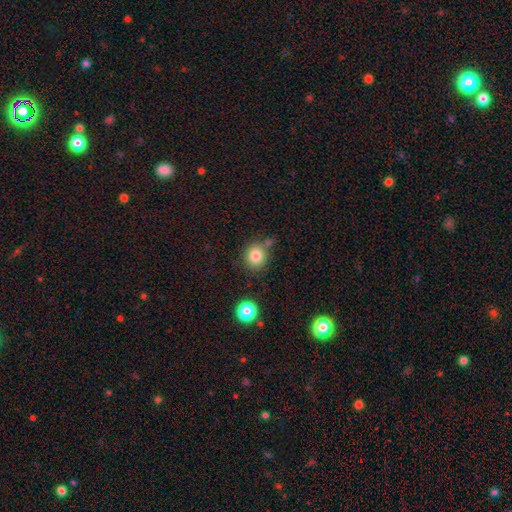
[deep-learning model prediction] Q: Smooth or featured?
A: smooth (82%); runner-up: star or artifact (11%)
Q: How rounded?
A: round (87%); runner-up: in between (13%)
Q: Merging?
A: none (73%); runner-up: merger (12%)